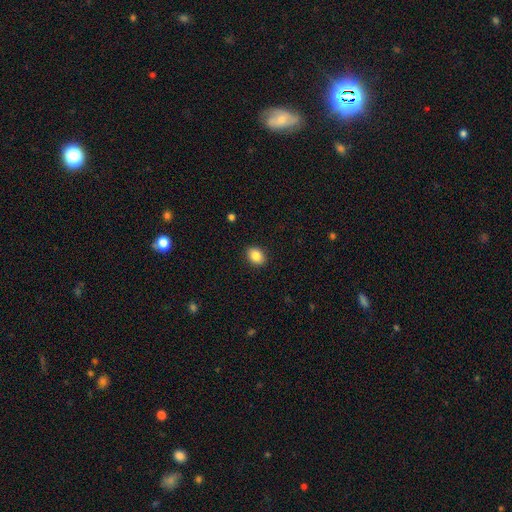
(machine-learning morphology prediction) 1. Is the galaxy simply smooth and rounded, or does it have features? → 87% smooth, 8% star or artifact, 5% featured or disk.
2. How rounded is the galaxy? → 71% in between, 28% round, 1% cigar-shaped.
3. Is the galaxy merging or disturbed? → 90% none, 7% minor disturbance, 2% major disturbance, 1% merger.